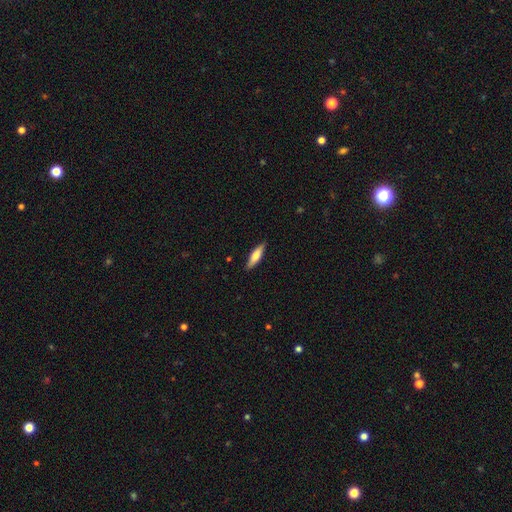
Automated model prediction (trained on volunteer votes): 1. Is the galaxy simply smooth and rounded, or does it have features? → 66% smooth, 29% featured or disk, 6% star or artifact.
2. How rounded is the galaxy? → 68% cigar-shaped, 30% in between, 2% round.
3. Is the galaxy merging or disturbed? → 88% none, 9% minor disturbance, 2% major disturbance, 1% merger.